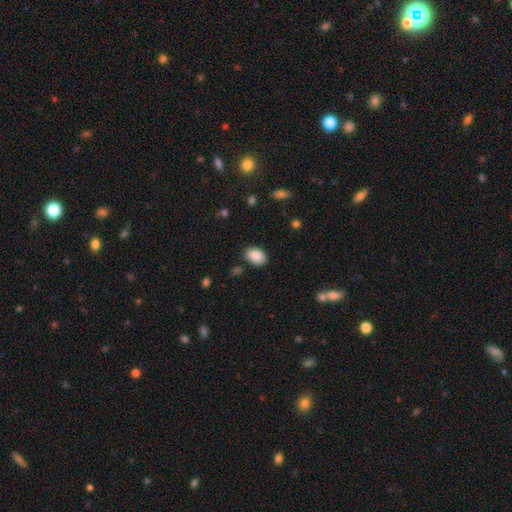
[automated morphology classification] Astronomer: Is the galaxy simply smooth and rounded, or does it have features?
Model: smooth — 89%.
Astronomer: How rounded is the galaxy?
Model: in between — 86%.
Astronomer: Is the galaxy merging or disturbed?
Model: none — 83%.